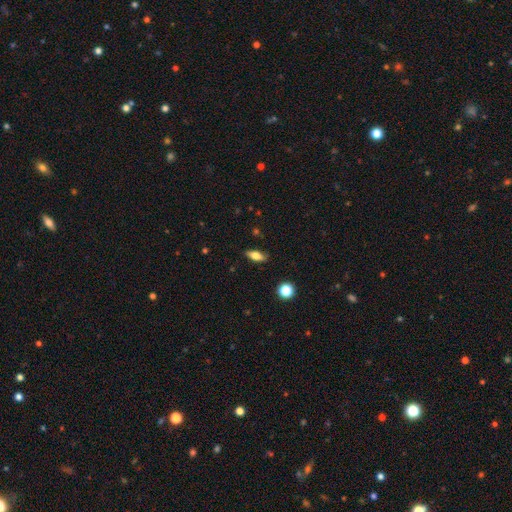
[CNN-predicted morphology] smooth 68%, featured or disk 23%, star or artifact 8%. Down the decision tree: how rounded — in between (72%); merging — none (84%).